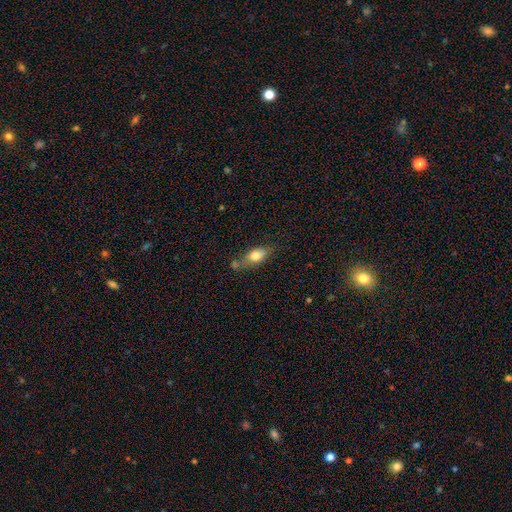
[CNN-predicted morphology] Smooth or featured? smooth (78%)
How rounded? in between (82%)
Merging? none (48%)